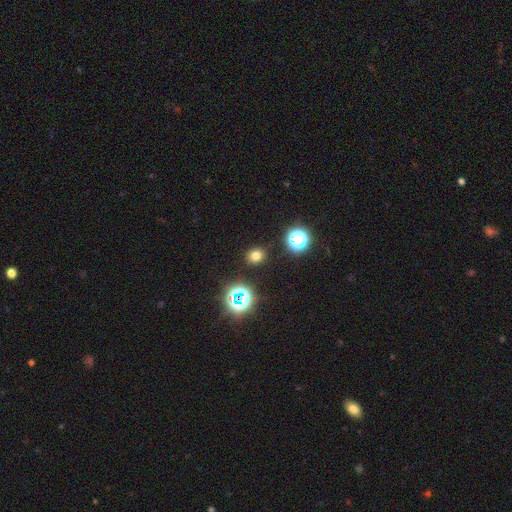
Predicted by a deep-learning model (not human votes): The model was most divided on "smooth or featured": smooth: 72%, star or artifact: 22%, featured or disk: 6%. More confident: merging — none (89%); how rounded — round (79%).